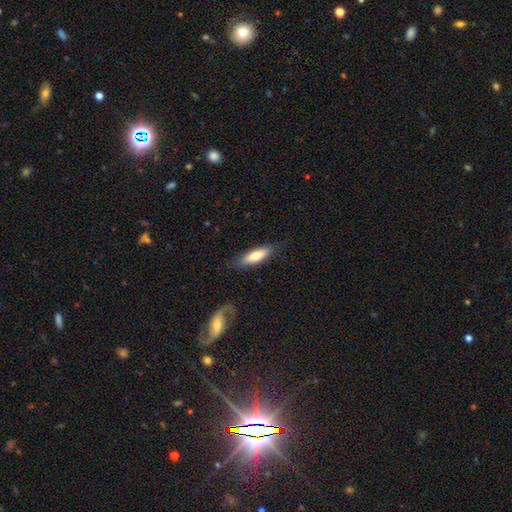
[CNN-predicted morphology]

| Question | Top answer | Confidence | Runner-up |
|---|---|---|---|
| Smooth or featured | smooth | 73% | featured or disk (22%) |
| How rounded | cigar-shaped | 53% | in between (45%) |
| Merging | none | 81% | minor disturbance (13%) |